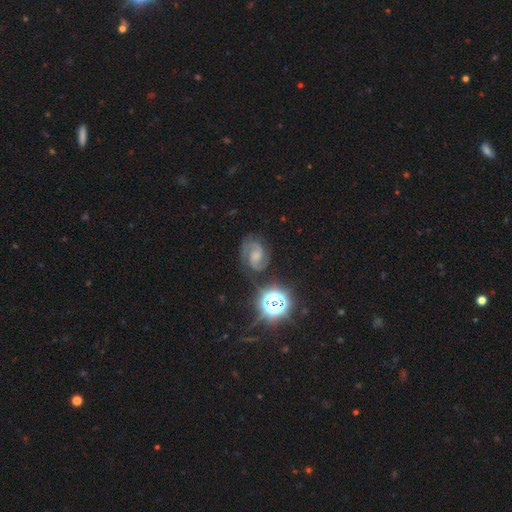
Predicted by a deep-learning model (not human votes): featured or disk 78%, star or artifact 12%, smooth 10%. Down the decision tree: edge-on disk — no (98%); bar — no (49%); spiral arms — yes (97%); spiral arm count — 2 (86%); spiral winding — medium (54%); bulge size — small (40%); merging — none (71%).